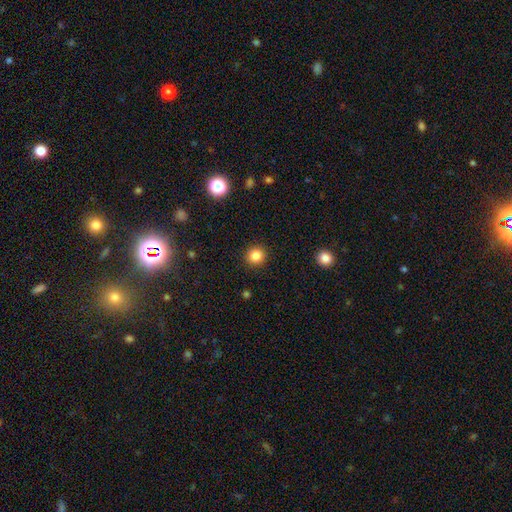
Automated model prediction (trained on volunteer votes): Smooth or featured? smooth (84%)
How rounded? round (91%)
Merging? none (91%)